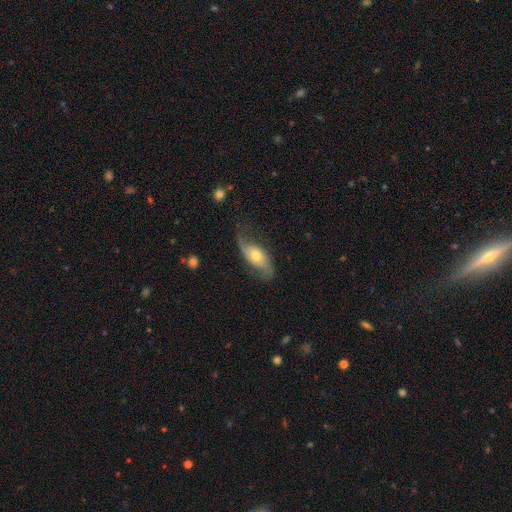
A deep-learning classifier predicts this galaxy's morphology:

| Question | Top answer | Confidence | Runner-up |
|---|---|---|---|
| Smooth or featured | featured or disk | 71% | smooth (22%) |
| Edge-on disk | no | 91% | yes (9%) |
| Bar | no | 69% | weak (23%) |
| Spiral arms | yes | 91% | no (9%) |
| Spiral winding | loose | 68% | medium (24%) |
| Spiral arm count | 2 | 87% | 1 (5%) |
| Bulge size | moderate | 58% | small (33%) |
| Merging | none | 62% | minor disturbance (22%) |